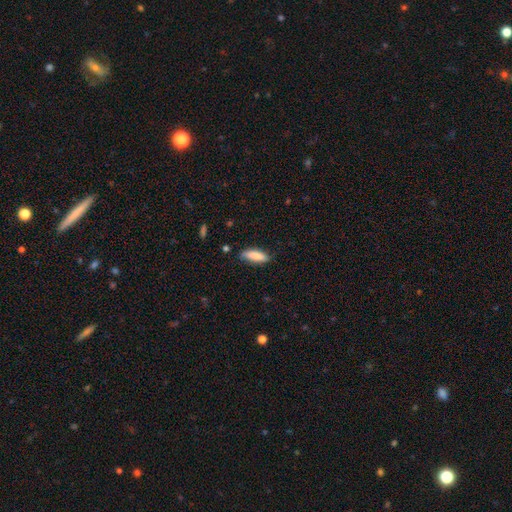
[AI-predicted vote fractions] Q: Smooth or featured?
A: smooth (85%); runner-up: featured or disk (9%)
Q: How rounded?
A: in between (55%); runner-up: cigar-shaped (43%)
Q: Merging?
A: none (78%); runner-up: minor disturbance (17%)